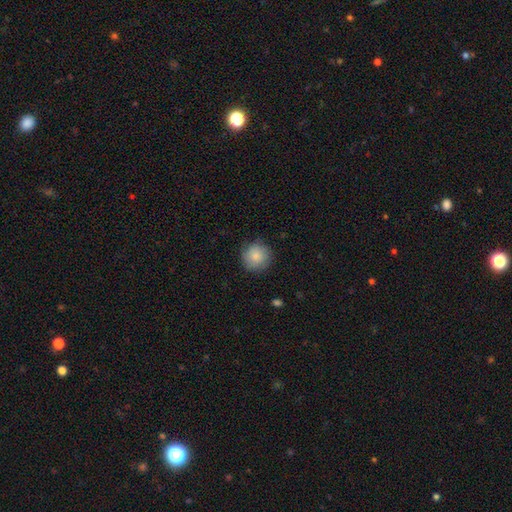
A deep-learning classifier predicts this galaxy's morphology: The model was most divided on "merging": none: 84%, minor disturbance: 12%, major disturbance: 3%, merger: 1%. More confident: how rounded — round (94%); smooth or featured — smooth (84%).